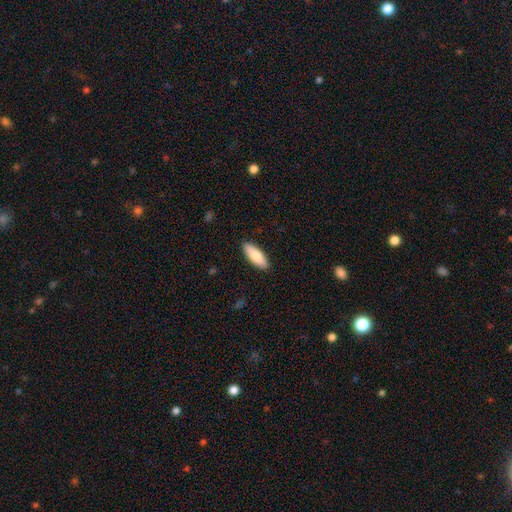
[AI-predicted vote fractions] A smooth galaxy with no disk features (81%) that is in between round and cigar-shaped (60%). Merging: none (90%).